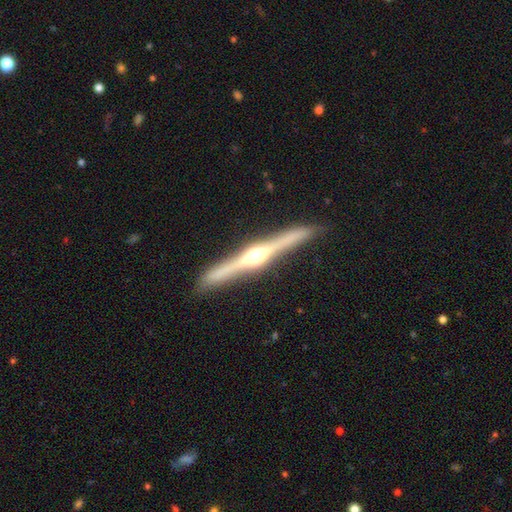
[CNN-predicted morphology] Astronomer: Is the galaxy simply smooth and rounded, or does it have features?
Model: featured or disk — 83%.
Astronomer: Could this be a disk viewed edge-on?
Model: yes — 98%.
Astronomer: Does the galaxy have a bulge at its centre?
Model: rounded — 94%.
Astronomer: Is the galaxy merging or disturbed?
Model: none — 91%.